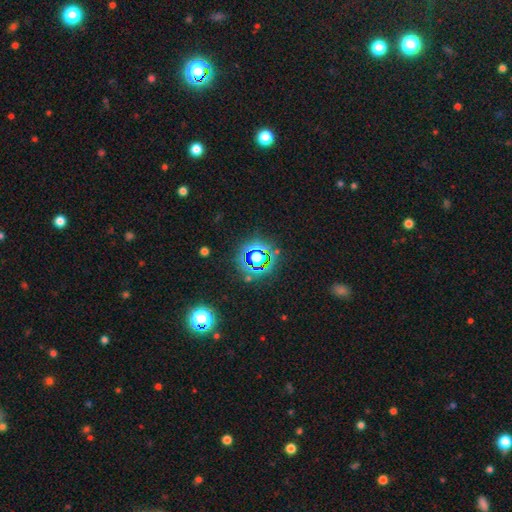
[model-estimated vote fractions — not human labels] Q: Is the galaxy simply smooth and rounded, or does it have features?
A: star or artifact — 64%.